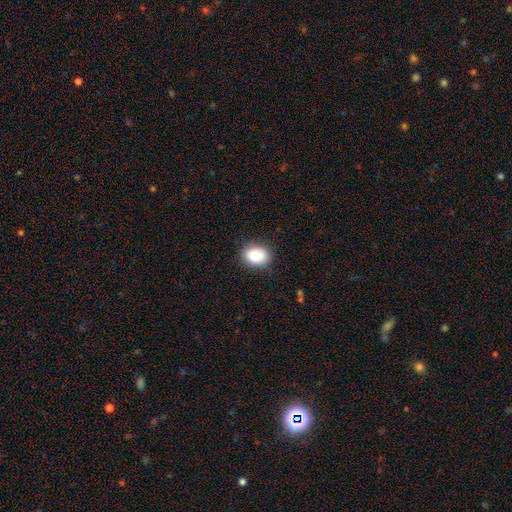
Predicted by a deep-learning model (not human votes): The model was most divided on "how rounded": in between: 66%, round: 33%, cigar-shaped: 1%. More confident: smooth or featured — smooth (86%); merging — none (86%).